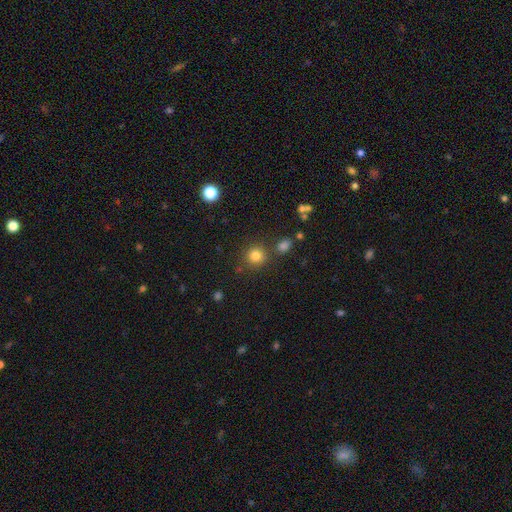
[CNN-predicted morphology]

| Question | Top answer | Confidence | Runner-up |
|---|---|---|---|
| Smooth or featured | smooth | 81% | star or artifact (13%) |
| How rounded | round | 90% | in between (9%) |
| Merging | none | 79% | minor disturbance (9%) |